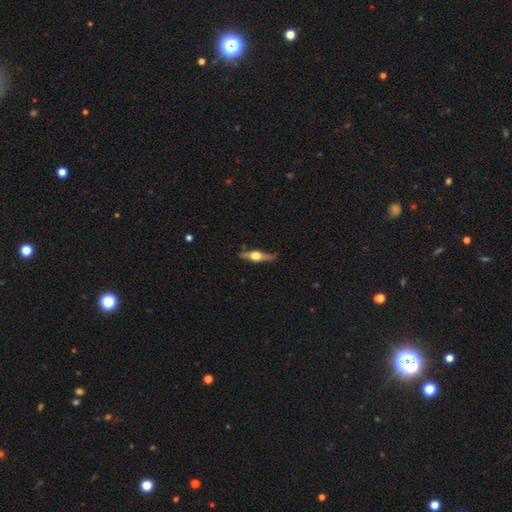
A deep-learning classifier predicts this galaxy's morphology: smooth_or_featured: featured or disk (p=0.69) [alt: smooth p=0.25]
disk_edge_on: yes (p=0.95) [alt: no p=0.05]
edge_on_bulge: rounded (p=0.95) [alt: boxy p=0.04]
merging: none (p=0.80) [alt: minor disturbance p=0.15]